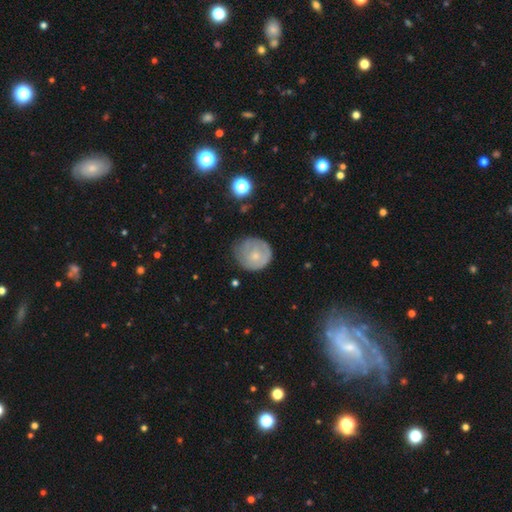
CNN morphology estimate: smooth_or_featured: smooth (p=0.60) [alt: featured or disk p=0.32]
how_rounded: round (p=0.86) [alt: in between p=0.13]
merging: none (p=0.58) [alt: minor disturbance p=0.30]